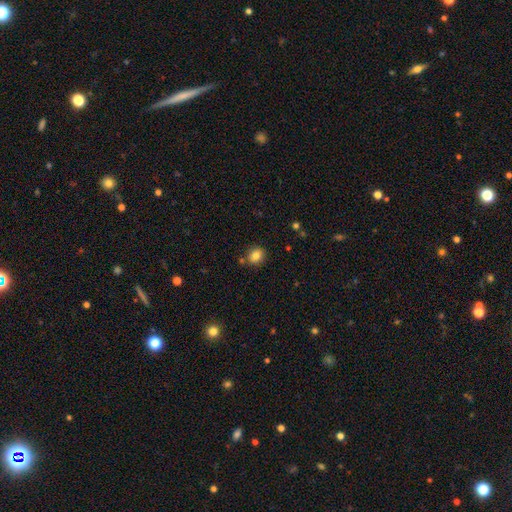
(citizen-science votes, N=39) Morphology: type=smooth (79%); roundness=round (81%); merging=none (86%).